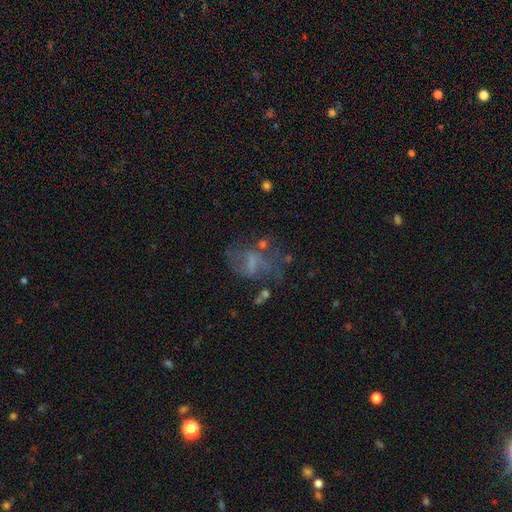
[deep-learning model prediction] A featured or disk galaxy (52%). Merging: none (42%).